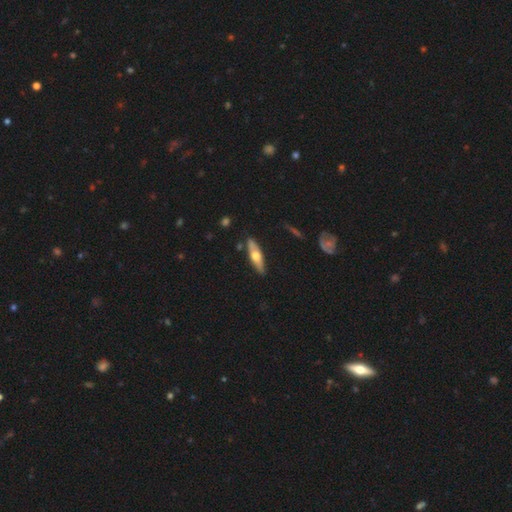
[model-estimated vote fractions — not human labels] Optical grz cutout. It shows a featured or disk galaxy (49%). Merging: none (83%).